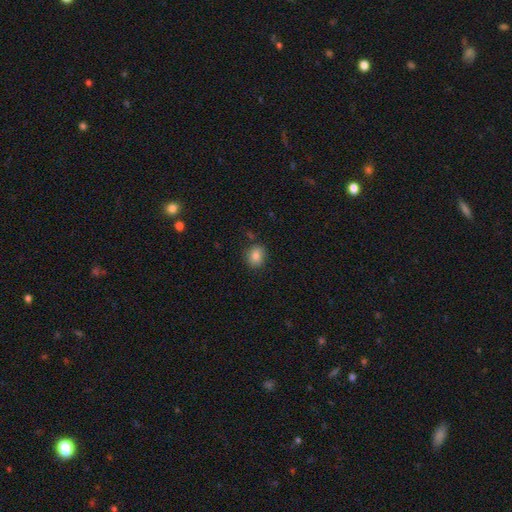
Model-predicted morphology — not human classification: A smooth galaxy with no disk features (83%) that is round (62%).

Vote fractions:
- Smooth or featured? smooth: 83% / star or artifact: 10% / featured or disk: 7%
- How rounded? round: 62% / in between: 37% / cigar-shaped: 1%
- Merging? none: 80% / minor disturbance: 14% / major disturbance: 3% / merger: 2%